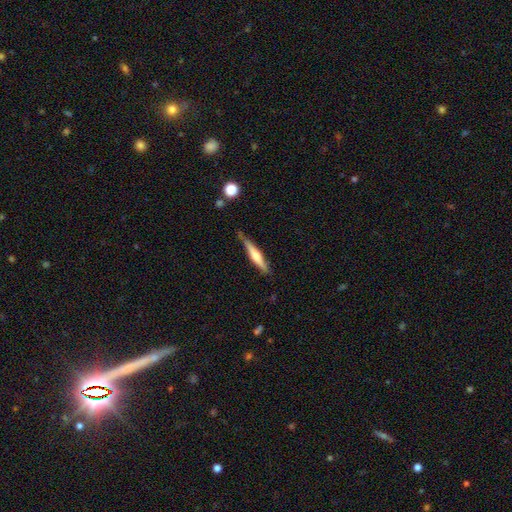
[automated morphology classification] Smooth or featured?
  - featured or disk: 55% *
  - smooth: 39%
  - star or artifact: 6%
Edge-on disk?
  - yes: 95% *
  - no: 5%
Edge-on bulge?
  - rounded: 82% *
  - boxy: 10%
  - none: 9%
Merging?
  - none: 72% *
  - minor disturbance: 21%
  - major disturbance: 4%
  - merger: 3%